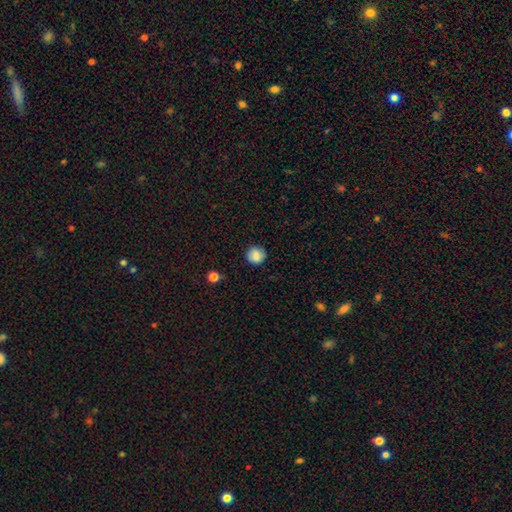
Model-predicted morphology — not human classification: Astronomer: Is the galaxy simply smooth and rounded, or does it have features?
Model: smooth — 83%.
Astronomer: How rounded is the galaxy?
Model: round — 91%.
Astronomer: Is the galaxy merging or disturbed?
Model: none — 85%.